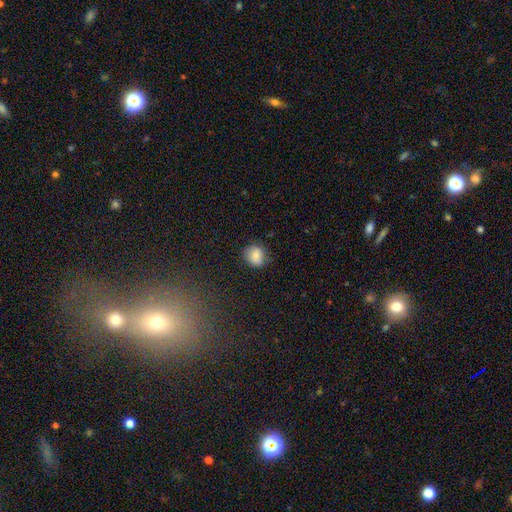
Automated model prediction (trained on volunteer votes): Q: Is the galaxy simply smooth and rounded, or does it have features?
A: smooth — 80%.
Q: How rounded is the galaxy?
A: round — 75%.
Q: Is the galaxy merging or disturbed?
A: none — 80%.